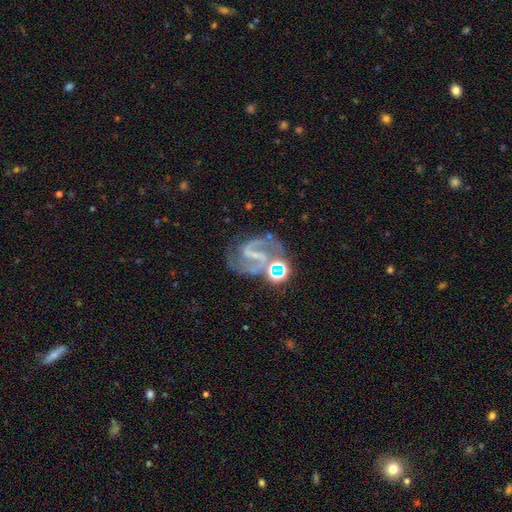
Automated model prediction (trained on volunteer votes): A featured or disk galaxy (86%) with a strong bar (46%), 2 (92%) medium (57%) spiral arms (96%) and a small central bulge (53%).

Vote fractions:
- Smooth or featured? featured or disk: 86% / star or artifact: 9% / smooth: 5%
- Edge-on disk? no: 98% / yes: 2%
- Bar? strong: 46% / weak: 38% / no: 15%
- Spiral arms? yes: 96% / no: 4%
- Spiral winding? medium: 57% / loose: 28% / tight: 15%
- Spiral arm count? 2: 92% / can't tell: 3% / 1: 2% / 3: 2% / 4: 1% / more than 4: 1%
- Bulge size? small: 53% / none: 35% / moderate: 10% / large: 1% / dominant: 1%
- Merging? none: 59% / minor disturbance: 17% / merger: 13% / major disturbance: 12%